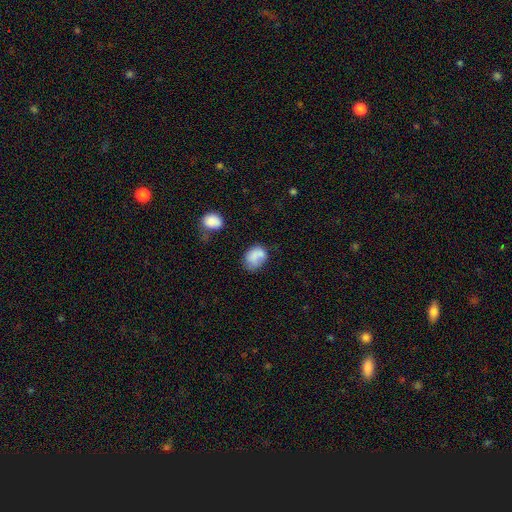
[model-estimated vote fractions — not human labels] smooth-or-featured: smooth: 76% | featured or disk: 15% | star or artifact: 9%
  how-rounded: in between: 61% | round: 38% | cigar-shaped: 1%
  merging: none: 48% | minor disturbance: 28% | major disturbance: 13% | merger: 12%